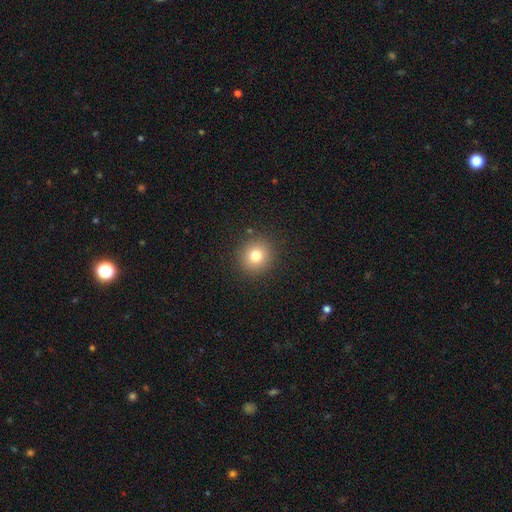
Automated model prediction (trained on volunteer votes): Smooth or featured: smooth — 78% (star or artifact — 13%)
How rounded: round — 89% (in between — 10%)
Merging: none — 90% (minor disturbance — 6%)